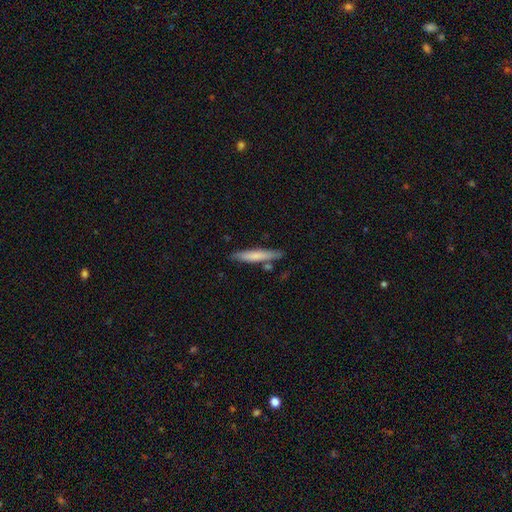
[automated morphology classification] Overall: smooth (71%). How rounded: cigar-shaped (90%). Merging: none (79%).